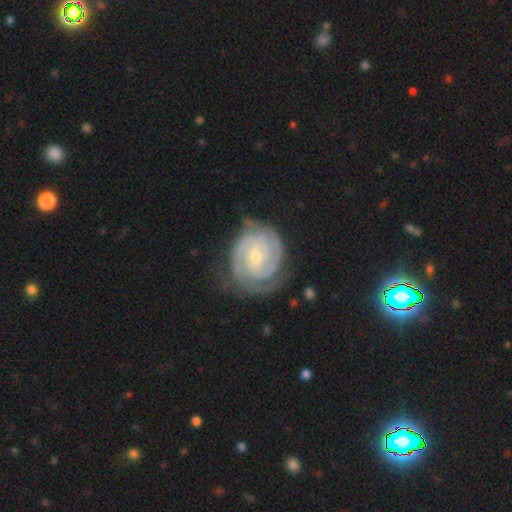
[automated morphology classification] A featured or disk galaxy (91%) with a weak bar (47%), 2 (55%) tight (80%) spiral arms (98%) and a small central bulge (56%).

Vote fractions:
- Smooth or featured? featured or disk: 91% / smooth: 5% / star or artifact: 4%
- Edge-on disk? no: 98% / yes: 2%
- Bar? weak: 47% / no: 37% / strong: 16%
- Spiral arms? yes: 98% / no: 2%
- Spiral winding? tight: 80% / medium: 17% / loose: 3%
- Spiral arm count? 2: 55% / 3: 19% / can't tell: 13% / 4: 5% / 1: 4% / more than 4: 4%
- Bulge size? small: 56% / moderate: 40% / none: 2% / large: 2% / dominant: 1%
- Merging? none: 73% / minor disturbance: 19% / major disturbance: 7% / merger: 1%